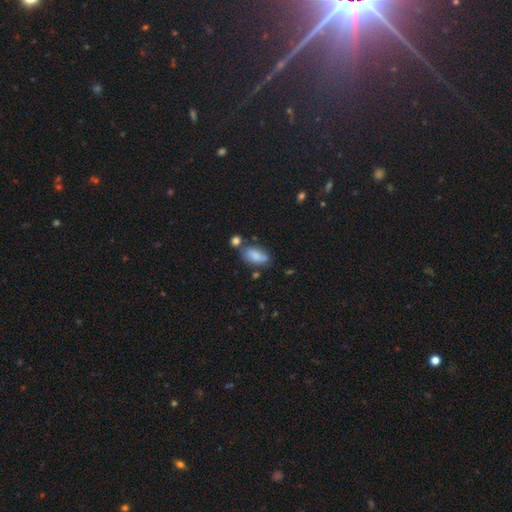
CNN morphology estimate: This appears to be a smooth galaxy with no disk features (77%) that is in between round and cigar-shaped (90%). Merging: none (59%).